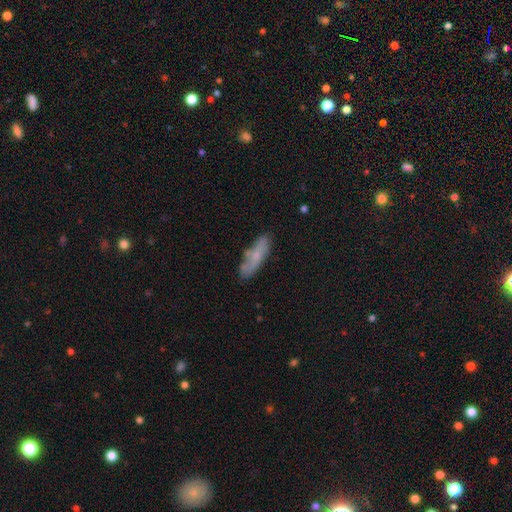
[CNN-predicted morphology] Smooth or featured: smooth — 61% (featured or disk — 32%)
How rounded: cigar-shaped — 59% (in between — 39%)
Merging: none — 69% (minor disturbance — 21%)